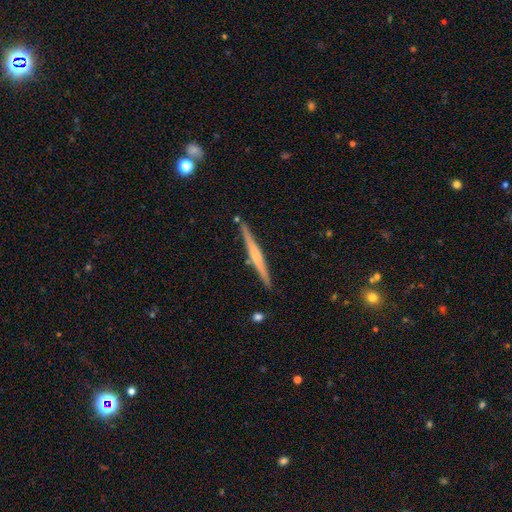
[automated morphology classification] Smooth or featured?
  - featured or disk: 59% *
  - smooth: 35%
  - star or artifact: 6%
Edge-on disk?
  - yes: 98% *
  - no: 2%
Edge-on bulge?
  - none: 45% *
  - rounded: 43%
  - boxy: 12%
Merging?
  - none: 88% *
  - minor disturbance: 8%
  - merger: 2%
  - major disturbance: 1%